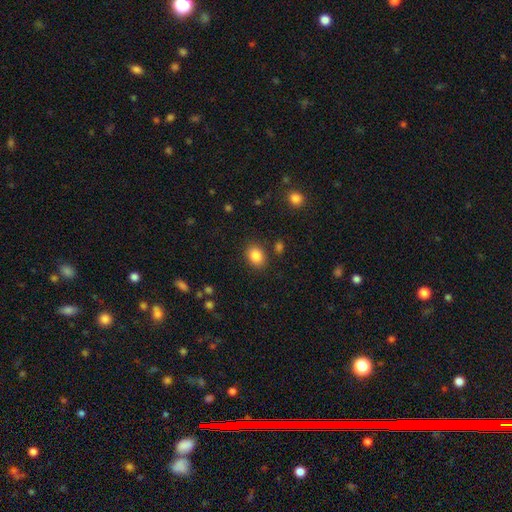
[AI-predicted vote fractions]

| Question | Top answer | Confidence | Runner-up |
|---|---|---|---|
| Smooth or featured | smooth | 86% | star or artifact (9%) |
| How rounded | in between | 56% | round (43%) |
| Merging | none | 84% | minor disturbance (10%) |